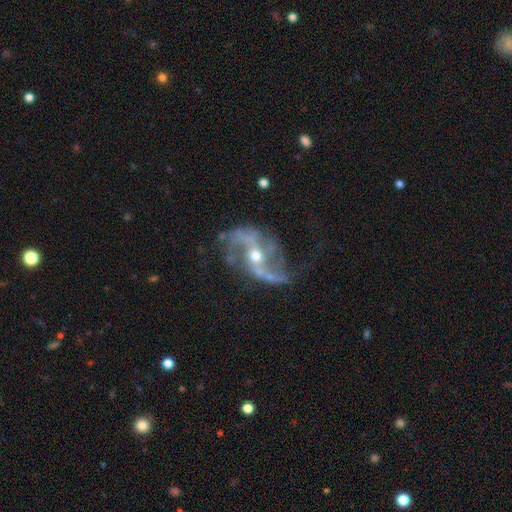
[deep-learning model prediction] Overall: featured or disk (90%). Edge-on disk: no (96%). Bar: strong (38%; weak 31%). Spiral arms: yes (96%). Spiral arm count: 2 (90%). Spiral winding: loose (75%). Bulge size: moderate (50%; small 47%). Merging: none (65%).